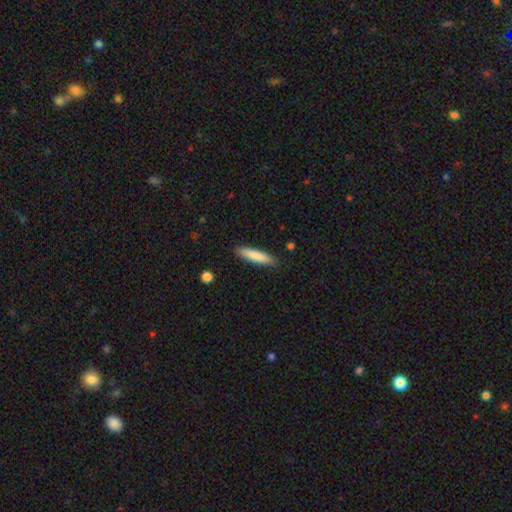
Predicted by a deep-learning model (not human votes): smooth_or_featured: smooth (p=0.83) [alt: featured or disk p=0.12]
how_rounded: cigar-shaped (p=0.83) [alt: in between p=0.16]
merging: none (p=0.89) [alt: minor disturbance p=0.08]